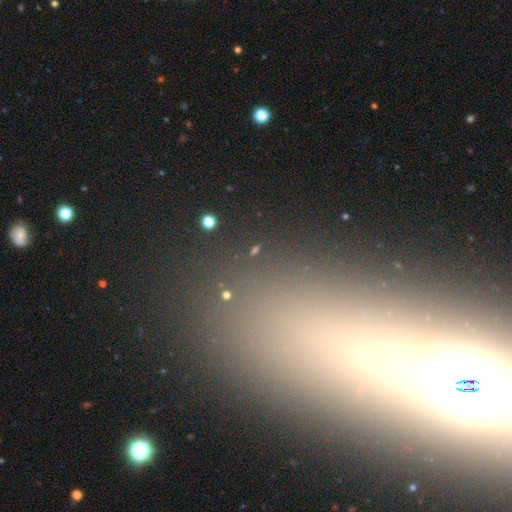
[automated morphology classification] Q: Smooth or featured?
A: star or artifact (47%); runner-up: smooth (34%)